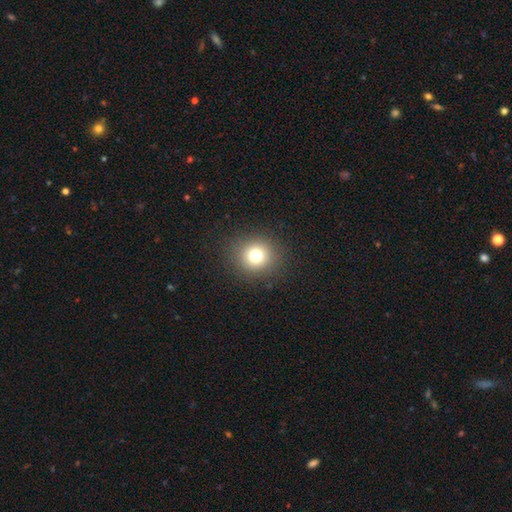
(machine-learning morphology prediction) smooth_or_featured: smooth (p=0.77) [alt: star or artifact p=0.14]
how_rounded: round (p=0.87) [alt: in between p=0.12]
merging: none (p=0.90) [alt: minor disturbance p=0.06]